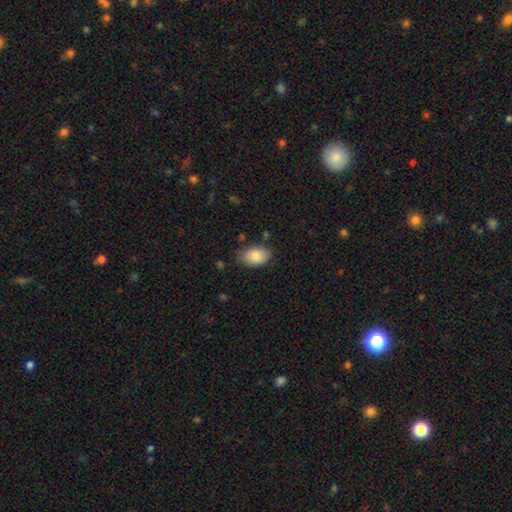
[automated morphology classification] This appears to be a smooth galaxy with no disk features (83%) that is in between round and cigar-shaped (89%). Merging: none (76%).